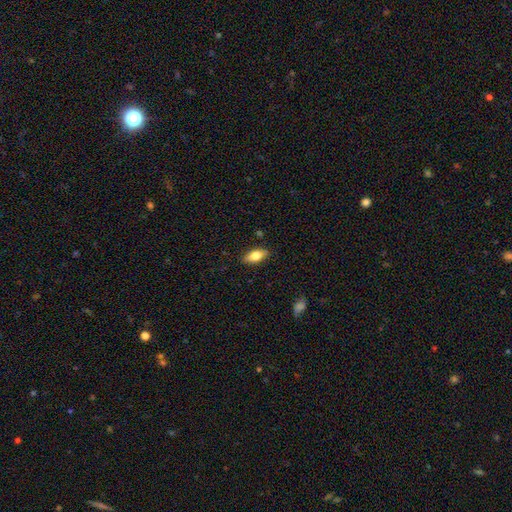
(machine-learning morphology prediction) Smooth or featured? Predicted: smooth (p=0.73). How rounded? Predicted: in between (p=0.82). Merging? Predicted: none (p=0.86).